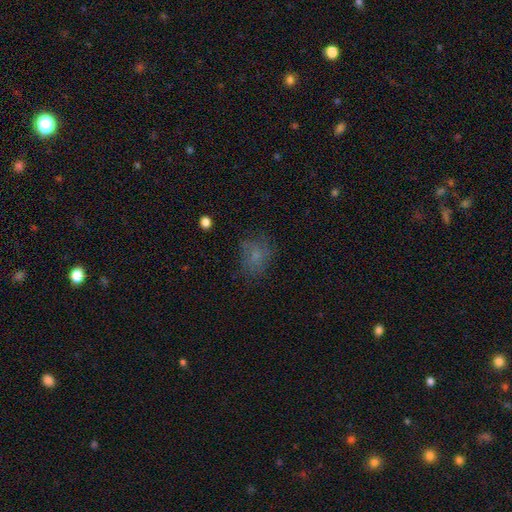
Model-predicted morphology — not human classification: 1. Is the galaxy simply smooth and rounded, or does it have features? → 62% smooth, 21% featured or disk, 17% star or artifact.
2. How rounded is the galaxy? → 51% round, 48% in between, 1% cigar-shaped.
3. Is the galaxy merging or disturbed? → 63% none, 21% minor disturbance, 14% major disturbance, 2% merger.